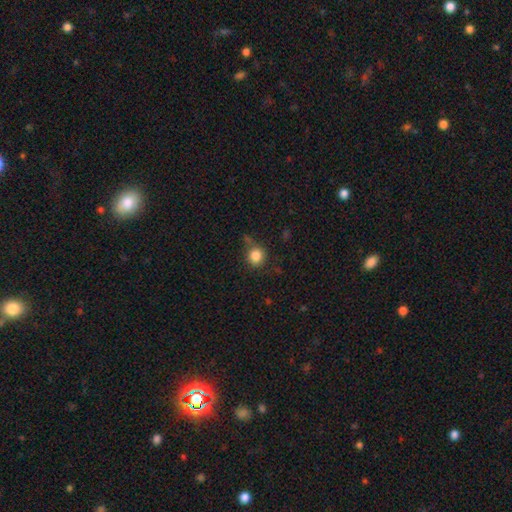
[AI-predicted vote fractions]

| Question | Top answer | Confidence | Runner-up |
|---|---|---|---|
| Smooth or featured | smooth | 84% | star or artifact (11%) |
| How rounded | round | 90% | in between (9%) |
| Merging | none | 73% | minor disturbance (15%) |